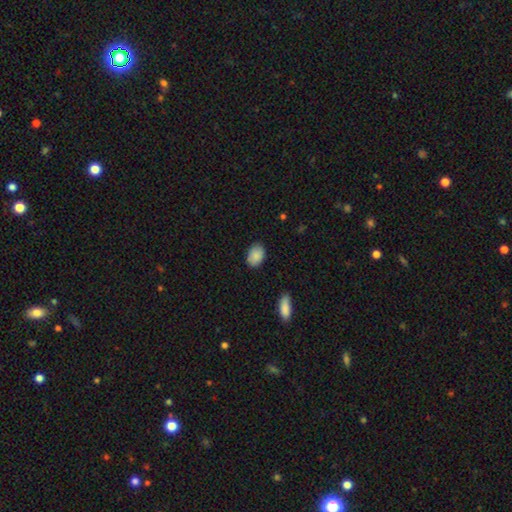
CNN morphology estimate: Smooth or featured?
  - smooth: 88% *
  - star or artifact: 7%
  - featured or disk: 5%
How rounded?
  - in between: 83% *
  - round: 16%
  - cigar-shaped: 1%
Merging?
  - none: 83% *
  - minor disturbance: 13%
  - major disturbance: 2%
  - merger: 1%